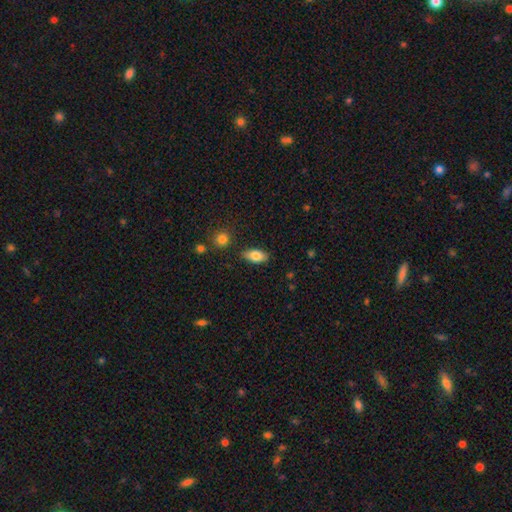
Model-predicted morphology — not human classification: A smooth galaxy with no disk features (82%) that is in between round and cigar-shaped (89%). Merging: none (85%).